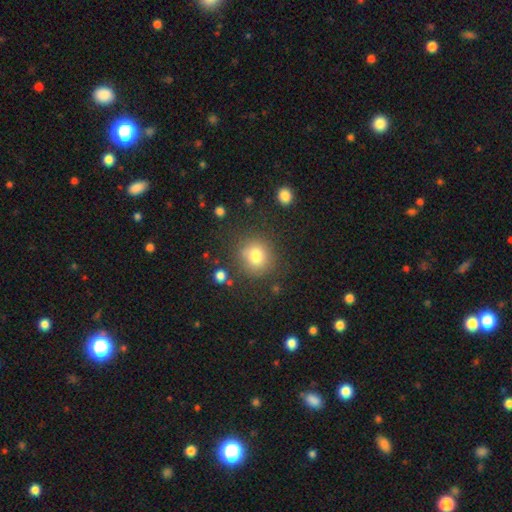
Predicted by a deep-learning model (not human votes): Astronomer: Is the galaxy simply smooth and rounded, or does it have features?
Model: smooth — 77%.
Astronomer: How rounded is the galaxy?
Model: round — 88%.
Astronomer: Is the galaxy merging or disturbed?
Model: none — 81%.